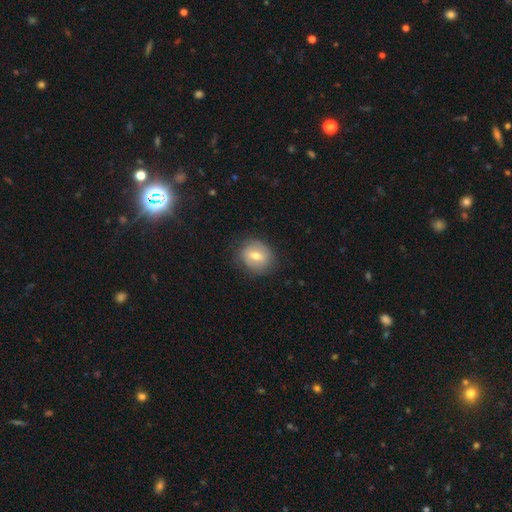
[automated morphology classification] This appears to be a smooth galaxy with no disk features (56%) that is round (68%). Merging: none (80%).